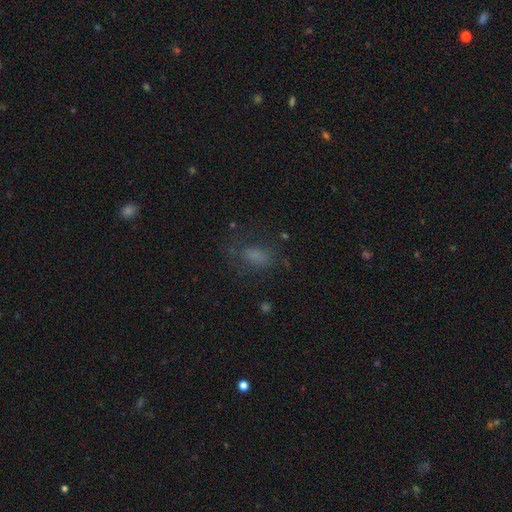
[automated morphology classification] smooth_or_featured: smooth (p=0.62) [alt: star or artifact p=0.19]
how_rounded: in between (p=0.79) [alt: round p=0.13]
merging: none (p=0.57) [alt: major disturbance p=0.21]